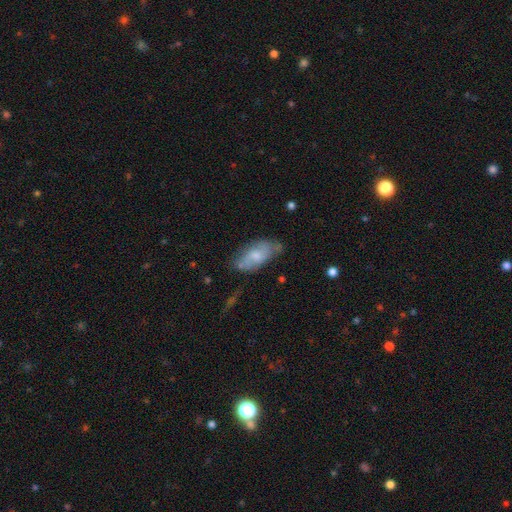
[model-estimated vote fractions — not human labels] A smooth galaxy with no disk features (52%) that is in between round and cigar-shaped (88%). Merging: none (55%).